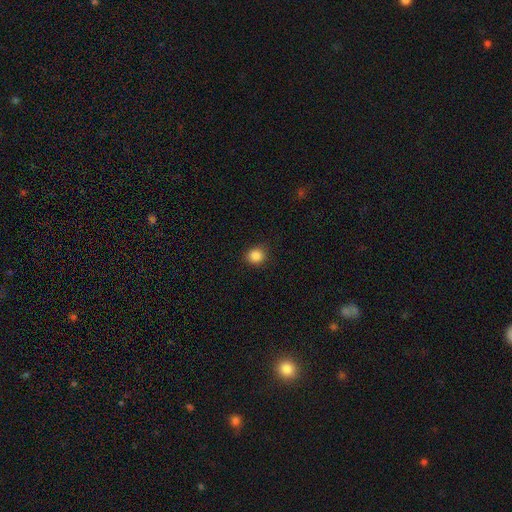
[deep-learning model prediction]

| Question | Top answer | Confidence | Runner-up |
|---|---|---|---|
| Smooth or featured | smooth | 86% | star or artifact (11%) |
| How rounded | round | 82% | in between (17%) |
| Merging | none | 87% | minor disturbance (9%) |